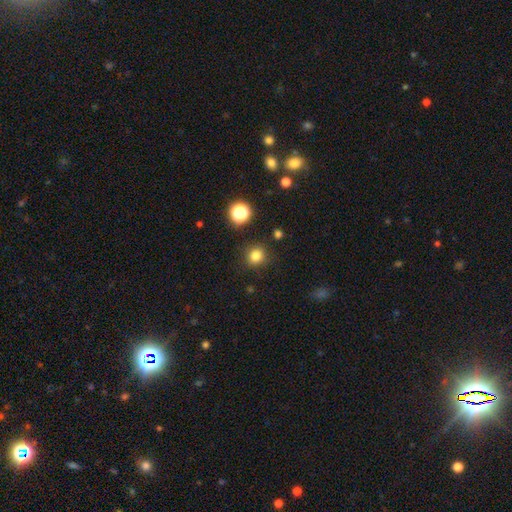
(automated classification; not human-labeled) Smooth or featured? Predicted: smooth (p=0.80). How rounded? Predicted: round (p=0.88). Merging? Predicted: none (p=0.88).